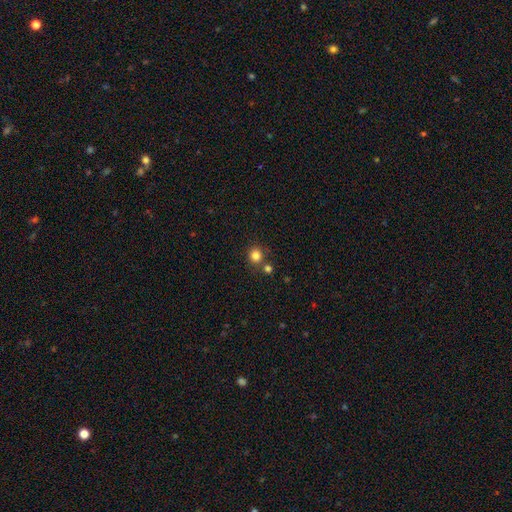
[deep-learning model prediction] Smooth or featured?
  - smooth: 82% *
  - star or artifact: 12%
  - featured or disk: 5%
How rounded?
  - round: 89% *
  - in between: 10%
  - cigar-shaped: 1%
Merging?
  - none: 74% *
  - merger: 15%
  - minor disturbance: 8%
  - major disturbance: 3%